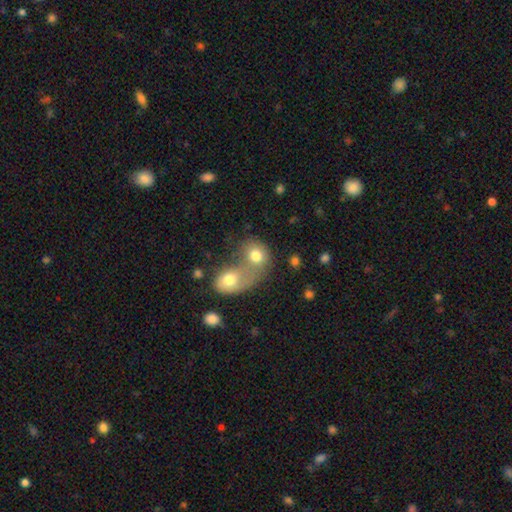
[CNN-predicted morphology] A smooth galaxy with no disk features (74%) that is round (53%). Merging: merger (70%).